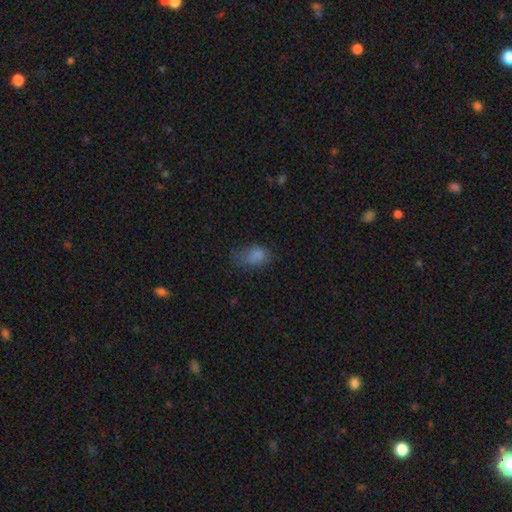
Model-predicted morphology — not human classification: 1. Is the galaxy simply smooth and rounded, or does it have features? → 78% smooth, 13% star or artifact, 9% featured or disk.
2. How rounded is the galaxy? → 84% in between, 14% round, 2% cigar-shaped.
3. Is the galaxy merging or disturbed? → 48% none, 31% minor disturbance, 19% major disturbance, 2% merger.